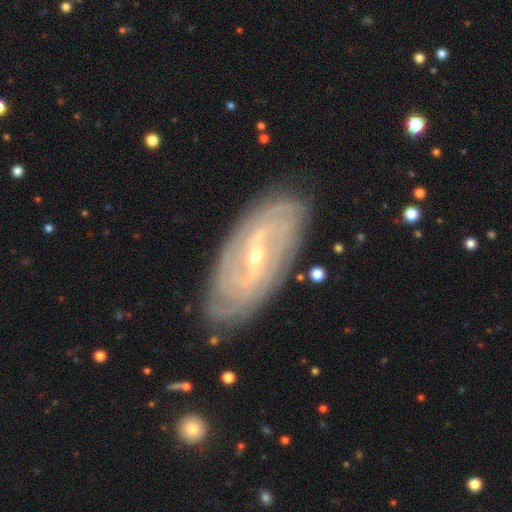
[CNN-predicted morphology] Smooth or featured: featured or disk — 87% (smooth — 7%)
Edge-on disk: no — 92% (yes — 8%)
Bar: weak — 44% (strong — 36%)
Spiral arms: yes — 95% (no — 5%)
Spiral winding: tight — 65% (medium — 25%)
Spiral arm count: can't tell — 36% (2 — 25%)
Bulge size: small — 70% (moderate — 27%)
Merging: none — 84% (minor disturbance — 12%)